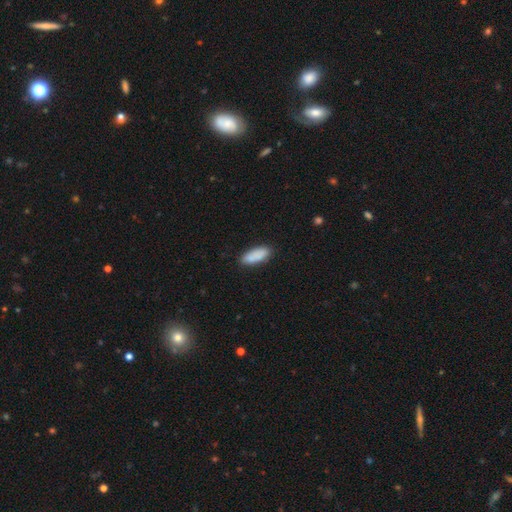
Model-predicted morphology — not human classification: type=smooth (88%); roundness=in between (74%); merging=none (85%).